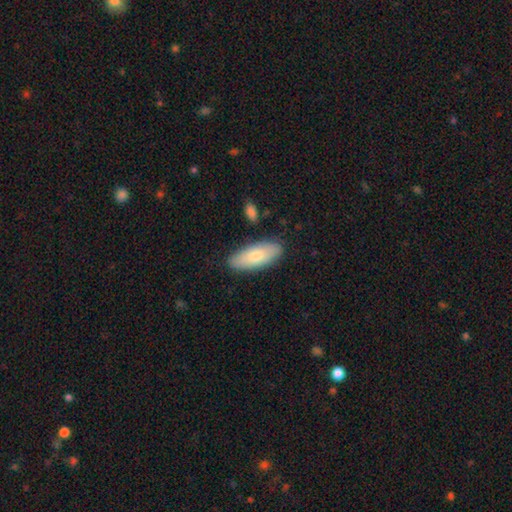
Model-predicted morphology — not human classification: A smooth galaxy with no disk features (75%) that is in between round and cigar-shaped (78%).

Vote fractions:
- Smooth or featured? smooth: 75% / featured or disk: 19% / star or artifact: 6%
- How rounded? in between: 78% / cigar-shaped: 20% / round: 2%
- Merging? none: 85% / minor disturbance: 10% / merger: 2% / major disturbance: 2%